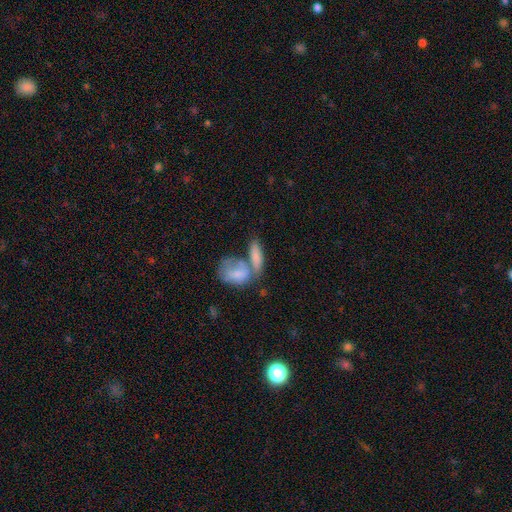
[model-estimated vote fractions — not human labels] Overall: smooth (73%). How rounded: in between (72%). Merging: merger (53%; none 29%).